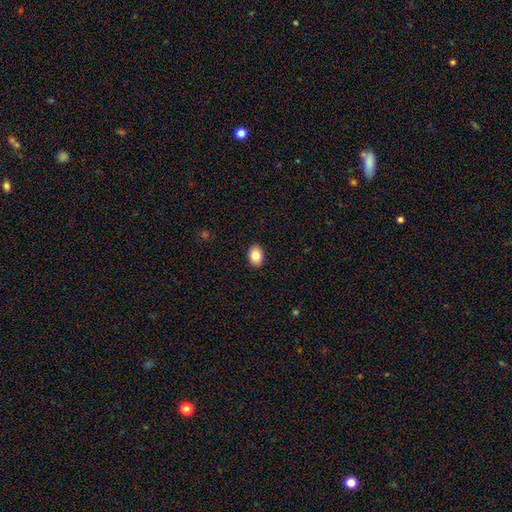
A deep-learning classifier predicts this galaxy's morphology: smooth-or-featured: smooth: 85% | star or artifact: 8% | featured or disk: 7%
  how-rounded: in between: 75% | round: 24% | cigar-shaped: 1%
  merging: none: 90% | minor disturbance: 7% | major disturbance: 2% | merger: 1%